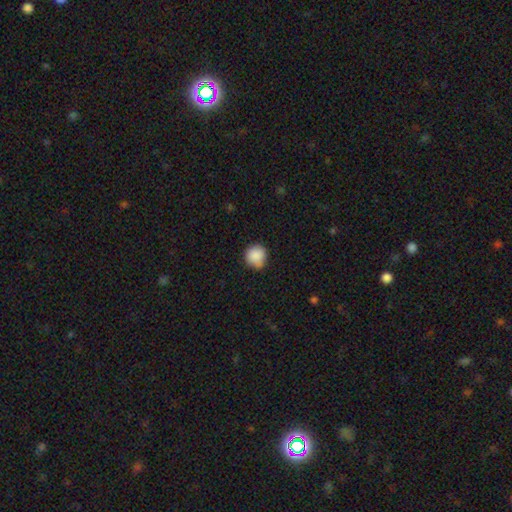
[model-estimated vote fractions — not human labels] Smooth or featured?
  - smooth: 87% *
  - star or artifact: 8%
  - featured or disk: 5%
How rounded?
  - round: 91% *
  - in between: 8%
  - cigar-shaped: 1%
Merging?
  - none: 74% *
  - minor disturbance: 20%
  - major disturbance: 3%
  - merger: 2%